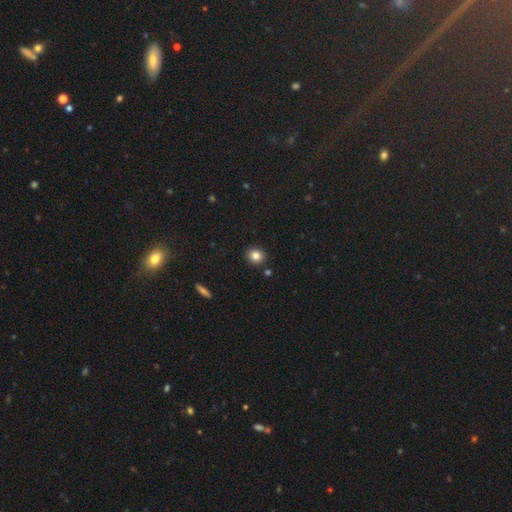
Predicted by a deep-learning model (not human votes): Smooth or featured? smooth (83%)
How rounded? round (82%)
Merging? none (89%)